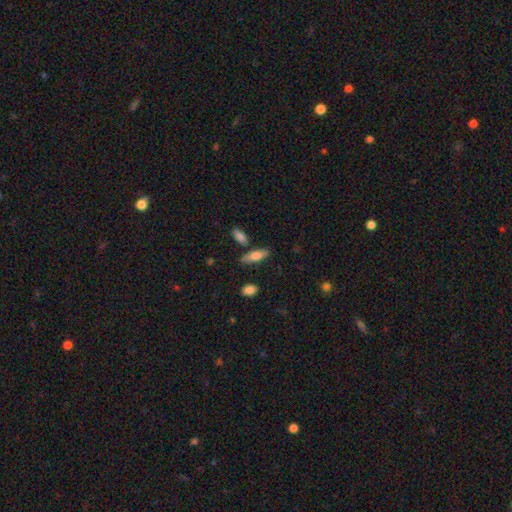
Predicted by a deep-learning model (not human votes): Q: Smooth or featured?
A: smooth (73%); runner-up: featured or disk (20%)
Q: How rounded?
A: in between (61%); runner-up: cigar-shaped (36%)
Q: Merging?
A: none (74%); runner-up: minor disturbance (15%)